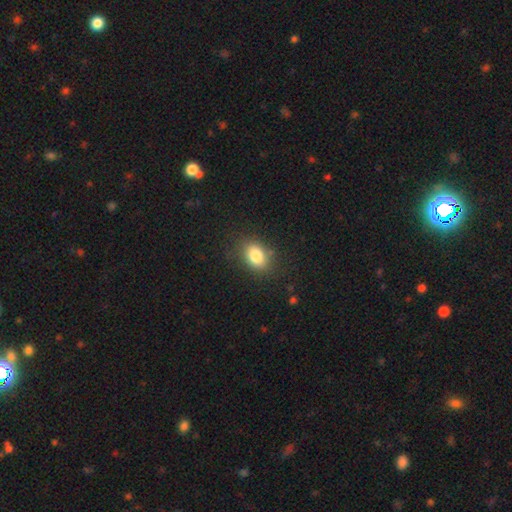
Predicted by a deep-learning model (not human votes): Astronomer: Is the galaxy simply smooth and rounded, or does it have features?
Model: smooth — 82%.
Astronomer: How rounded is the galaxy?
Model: in between — 74%.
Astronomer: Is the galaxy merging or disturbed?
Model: none — 80%.